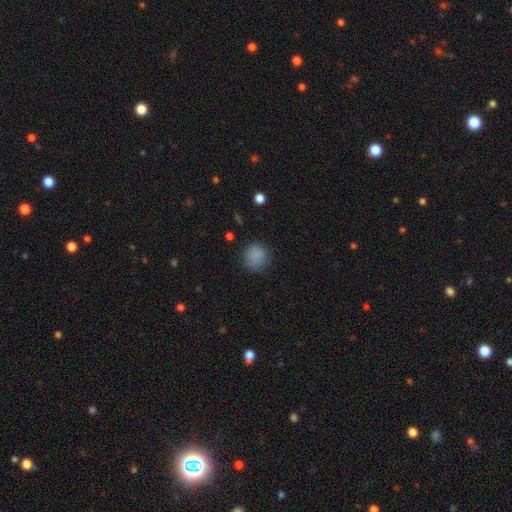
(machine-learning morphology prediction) A smooth galaxy with no disk features (86%) that is round (89%).

Vote fractions:
- Smooth or featured? smooth: 86% / star or artifact: 10% / featured or disk: 4%
- How rounded? round: 89% / in between: 10% / cigar-shaped: 1%
- Merging? none: 82% / minor disturbance: 13% / major disturbance: 4% / merger: 1%